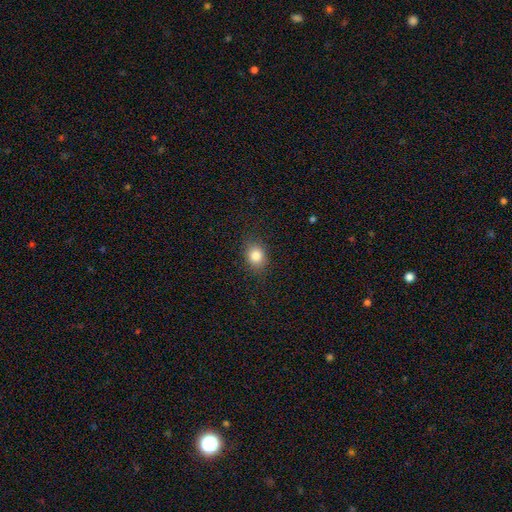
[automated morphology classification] Q: Smooth or featured?
A: smooth (83%); runner-up: star or artifact (10%)
Q: How rounded?
A: round (54%); runner-up: in between (45%)
Q: Merging?
A: none (86%); runner-up: minor disturbance (10%)